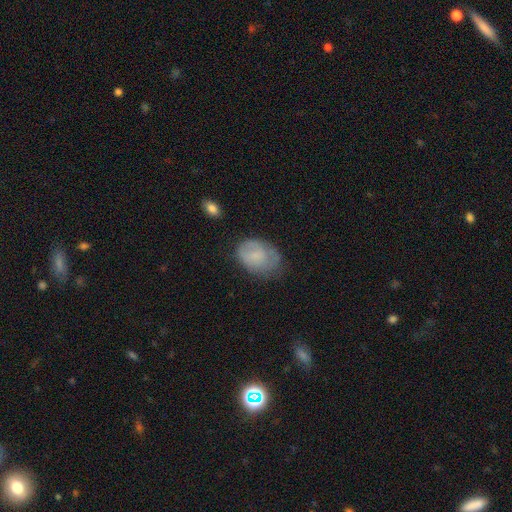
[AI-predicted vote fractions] A smooth galaxy with no disk features (64%) that is in between round and cigar-shaped (76%). Merging: none (55%).